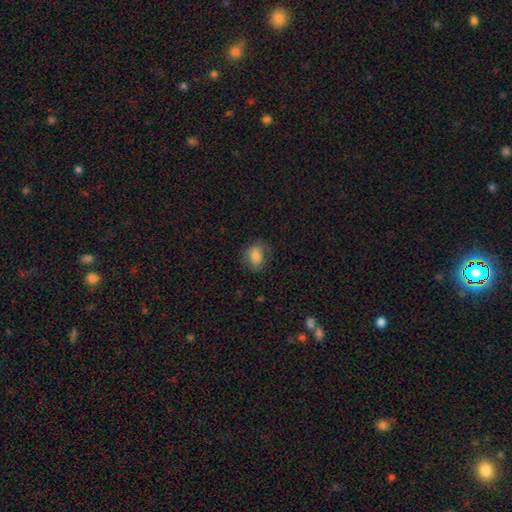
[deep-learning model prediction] This appears to be a smooth galaxy with no disk features (79%) that is in between round and cigar-shaped (60%). Merging: none (70%).